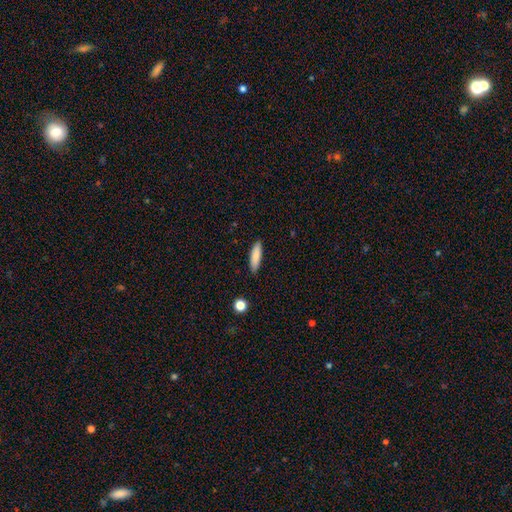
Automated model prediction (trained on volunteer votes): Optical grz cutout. It shows a smooth galaxy with no disk features (85%) that is cigar-shaped (65%). Merging: none (88%).